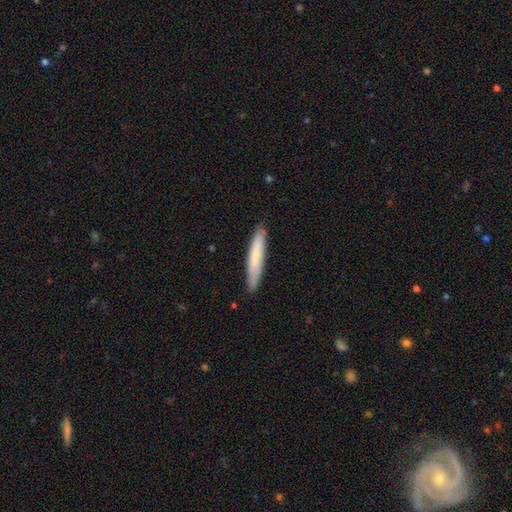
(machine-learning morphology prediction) smooth_or_featured: smooth (p=0.73) [alt: featured or disk p=0.21]
how_rounded: cigar-shaped (p=0.93) [alt: in between p=0.06]
merging: none (p=0.88) [alt: minor disturbance p=0.09]